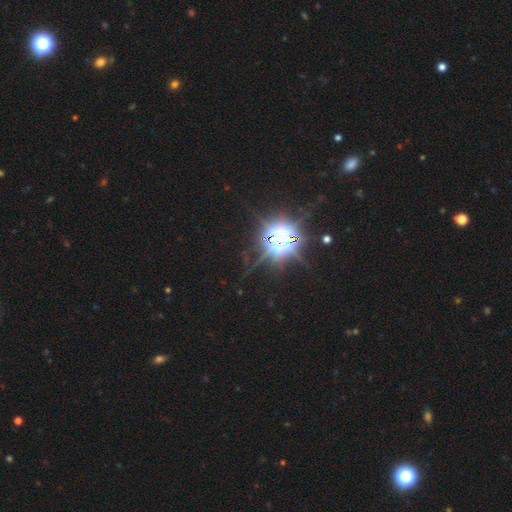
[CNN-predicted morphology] This is clearly a star or artifact rather than a galaxy (87%).